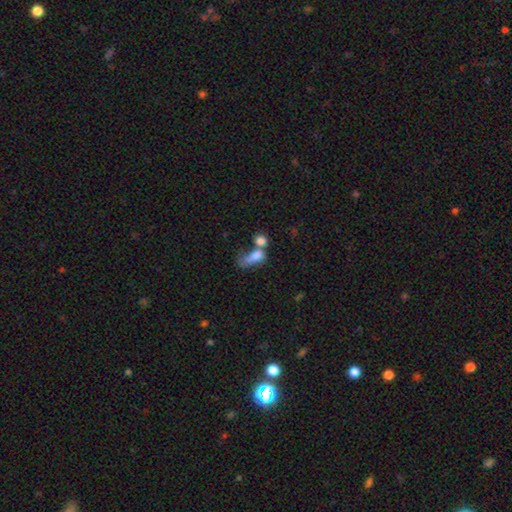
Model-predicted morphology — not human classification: Smooth or featured?
  - smooth: 71% *
  - featured or disk: 19%
  - star or artifact: 11%
How rounded?
  - in between: 70% *
  - round: 20%
  - cigar-shaped: 10%
Merging?
  - merger: 56% *
  - major disturbance: 19%
  - none: 16%
  - minor disturbance: 9%